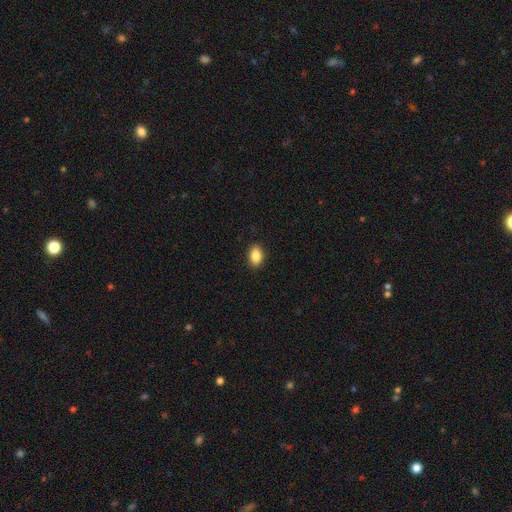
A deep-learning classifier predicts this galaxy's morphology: A smooth galaxy with no disk features (88%) that is in between round and cigar-shaped (87%). Merging: none (90%).